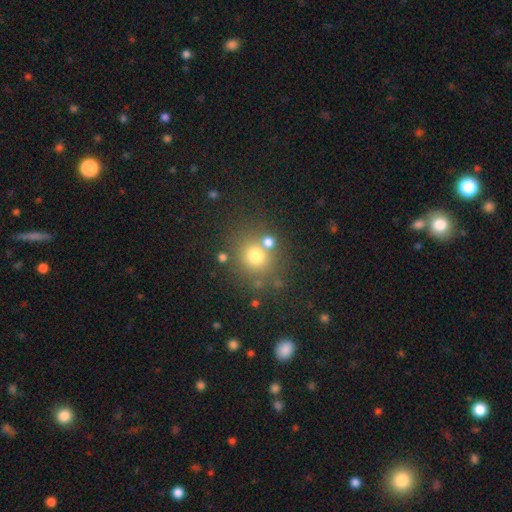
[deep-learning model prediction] Overall: smooth (71%). How rounded: round (85%). Merging: none (70%).